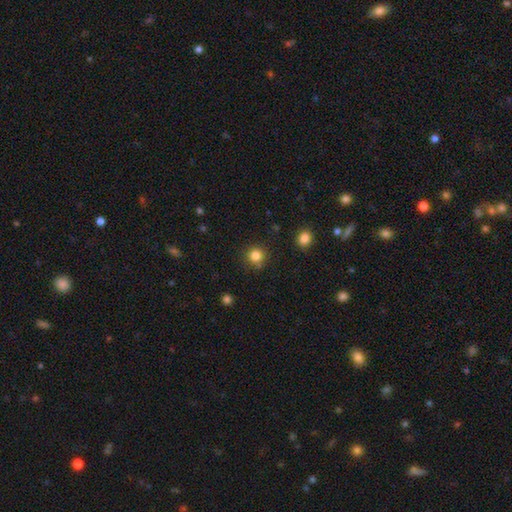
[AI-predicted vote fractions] smooth 83%, star or artifact 12%, featured or disk 5%. Down the decision tree: how rounded — round (93%); merging — none (84%).